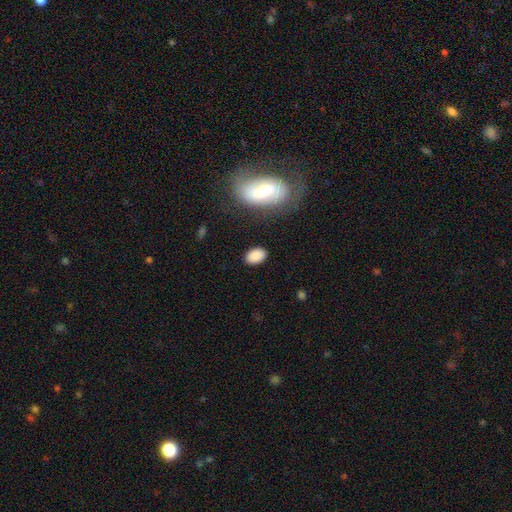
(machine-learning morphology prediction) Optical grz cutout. It shows a smooth galaxy with no disk features (87%) that is in between round and cigar-shaped (87%). Merging: none (84%).